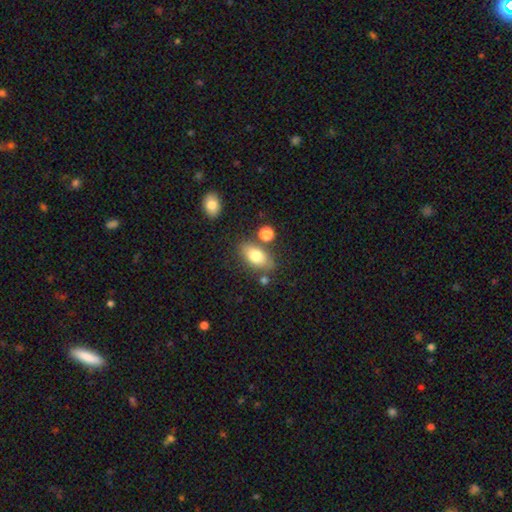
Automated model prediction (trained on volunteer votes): Smooth or featured? Predicted: smooth (p=0.76). How rounded? Predicted: in between (p=0.86). Merging? Predicted: none (p=0.73).